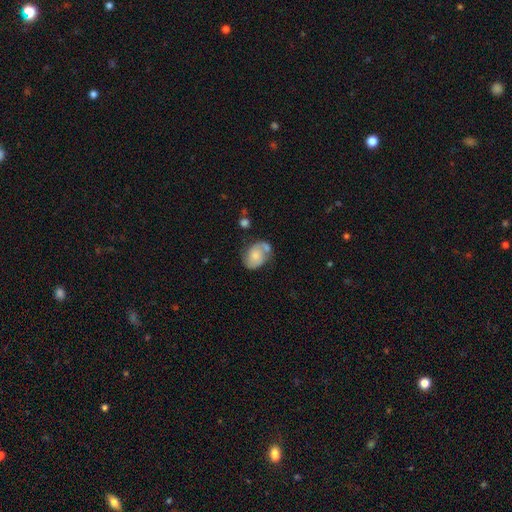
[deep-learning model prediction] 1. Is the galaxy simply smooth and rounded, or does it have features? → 47% smooth, 45% featured or disk, 8% star or artifact.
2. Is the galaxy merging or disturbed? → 45% none, 23% minor disturbance, 22% merger, 9% major disturbance.